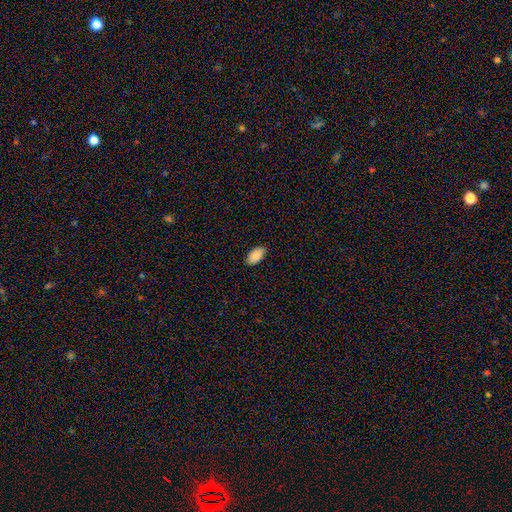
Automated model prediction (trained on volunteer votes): smooth_or_featured: smooth (p=0.90) [alt: star or artifact p=0.06]
how_rounded: in between (p=0.96) [alt: round p=0.03]
merging: none (p=0.86) [alt: minor disturbance p=0.11]